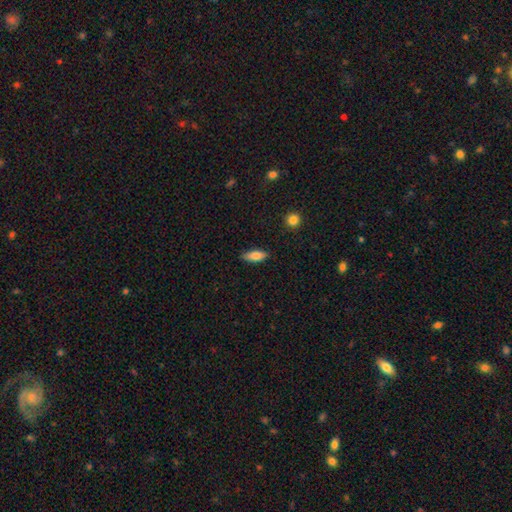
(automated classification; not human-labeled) Smooth or featured? smooth (80%)
How rounded? in between (75%)
Merging? none (86%)